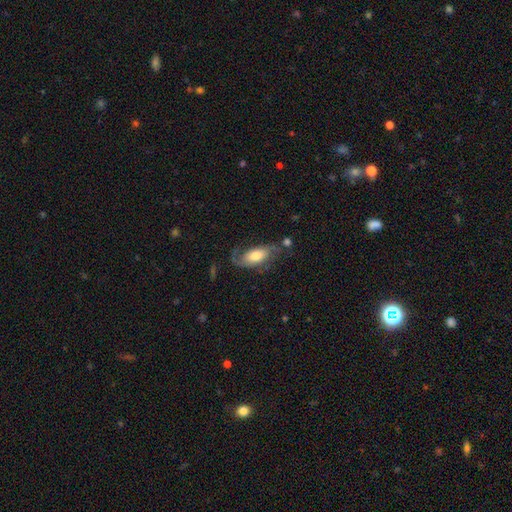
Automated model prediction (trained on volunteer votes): Smooth or featured? featured or disk (65%)
Edge-on disk? no (92%)
Bar? no (62%)
Spiral arms? yes (90%)
Spiral winding? loose (46%)
Spiral arm count? 2 (78%)
Bulge size? moderate (41%)
Merging? none (55%)